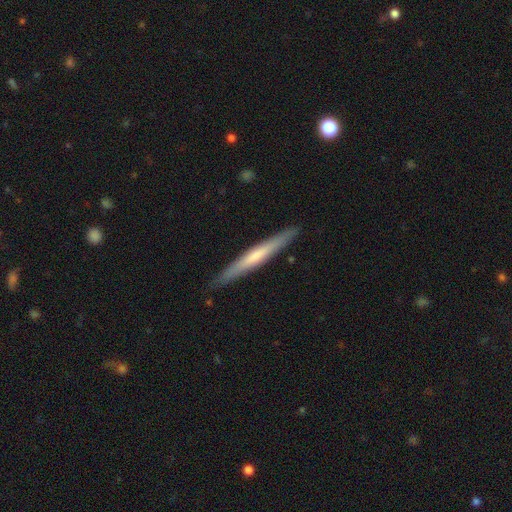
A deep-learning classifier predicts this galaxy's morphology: Smooth or featured? Predicted: smooth (p=0.49). Merging? Predicted: none (p=0.89).